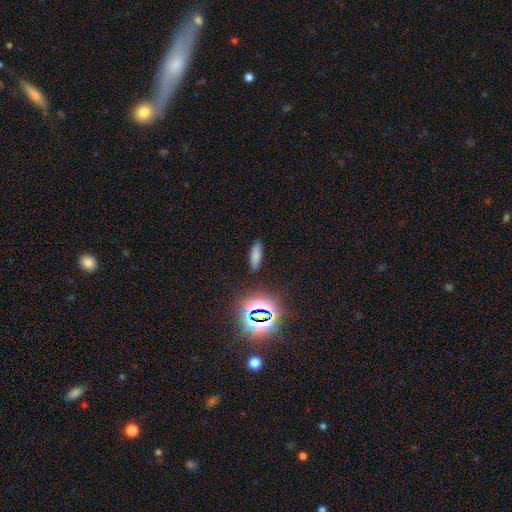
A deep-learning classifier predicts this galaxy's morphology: smooth 72%, star or artifact 19%, featured or disk 8%. Down the decision tree: how rounded — cigar-shaped (54%); merging — none (87%).